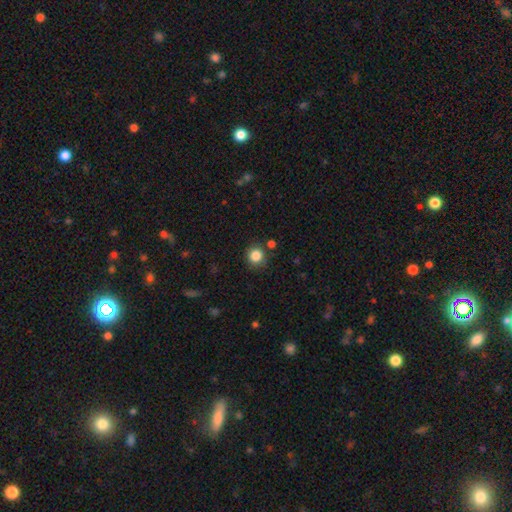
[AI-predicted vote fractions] Smooth or featured? Predicted: smooth (p=0.85). How rounded? Predicted: round (p=0.90). Merging? Predicted: none (p=0.83).